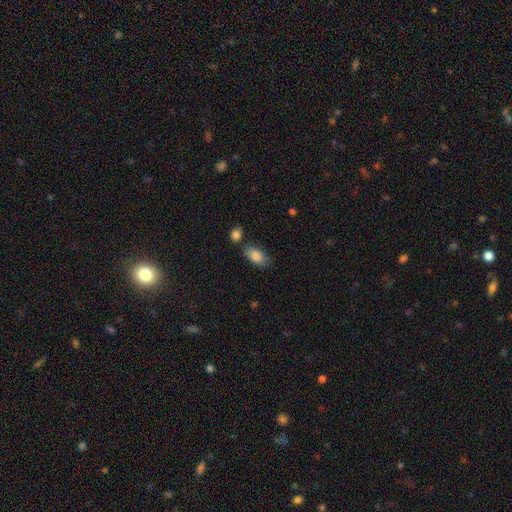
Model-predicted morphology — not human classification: Q: Smooth or featured?
A: smooth (86%); runner-up: featured or disk (7%)
Q: How rounded?
A: in between (91%); runner-up: round (5%)
Q: Merging?
A: none (66%); runner-up: minor disturbance (19%)